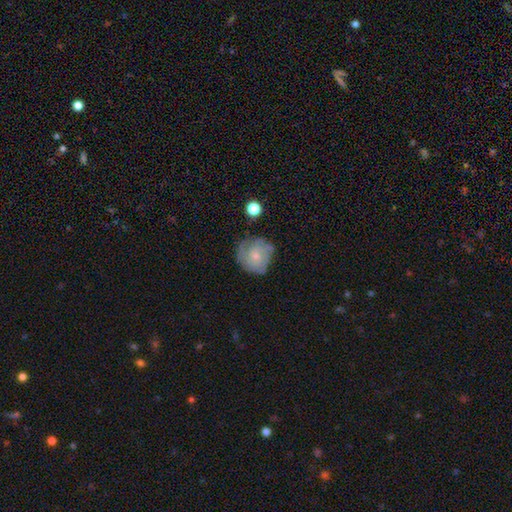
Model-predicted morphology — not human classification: The model was most divided on "smooth or featured": featured or disk: 59%, smooth: 32%, star or artifact: 8%. More confident: edge-on disk — no (98%); spiral arms — yes (84%); bar — no (79%); bulge size — small (67%); merging — none (62%).